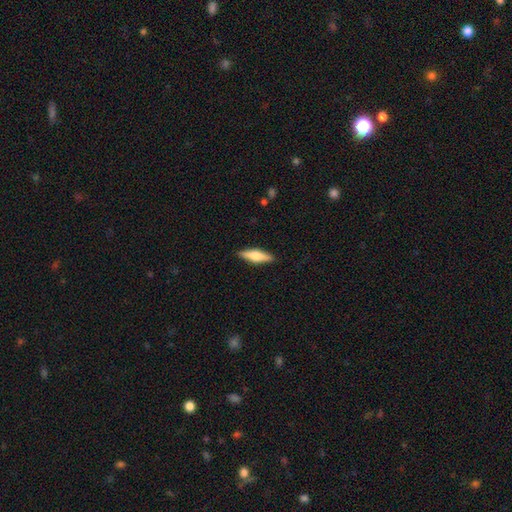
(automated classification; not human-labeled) Smooth or featured: smooth — 52% (featured or disk — 42%)
How rounded: cigar-shaped — 64% (in between — 34%)
Merging: none — 90% (minor disturbance — 8%)